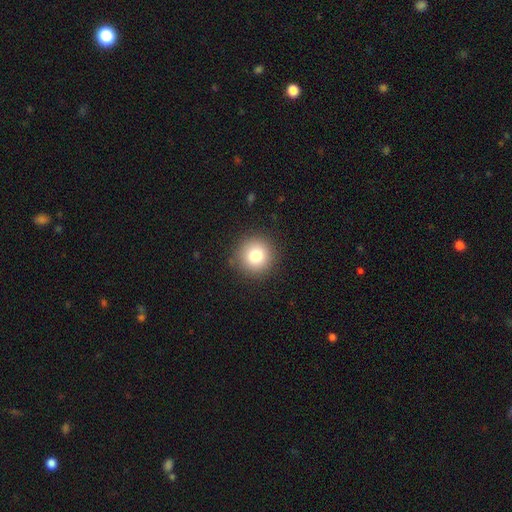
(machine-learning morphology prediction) Q: Smooth or featured?
A: smooth (81%); runner-up: star or artifact (11%)
Q: How rounded?
A: round (94%); runner-up: in between (5%)
Q: Merging?
A: none (89%); runner-up: minor disturbance (7%)